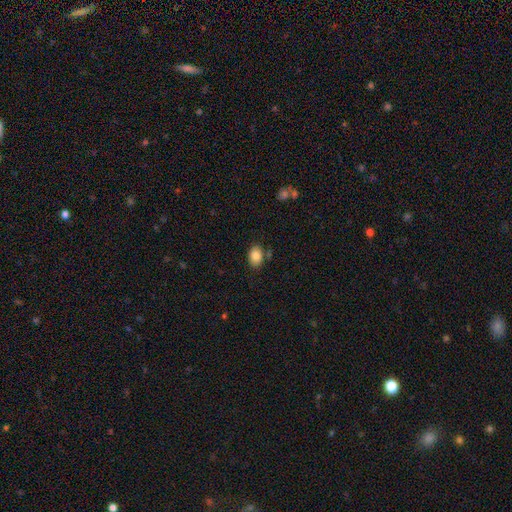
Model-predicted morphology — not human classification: smooth_or_featured: smooth (p=0.85) [alt: star or artifact p=0.08]
how_rounded: in between (p=0.76) [alt: round p=0.23]
merging: none (p=0.79) [alt: minor disturbance p=0.13]